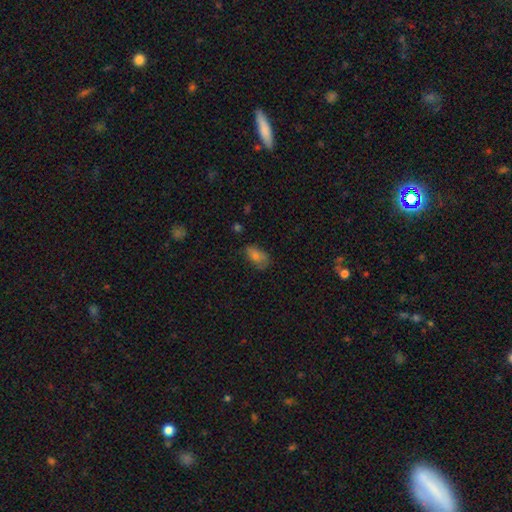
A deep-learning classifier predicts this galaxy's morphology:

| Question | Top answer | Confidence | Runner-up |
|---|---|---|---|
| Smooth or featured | smooth | 70% | featured or disk (15%) |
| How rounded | in between | 87% | round (9%) |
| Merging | none | 61% | minor disturbance (28%) |